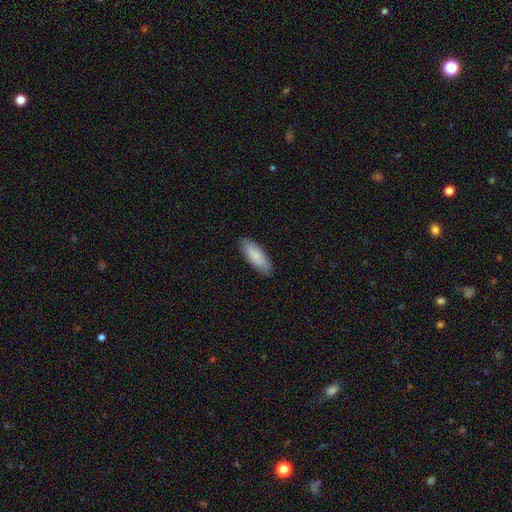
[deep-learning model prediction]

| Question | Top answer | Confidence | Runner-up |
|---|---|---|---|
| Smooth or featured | smooth | 84% | featured or disk (10%) |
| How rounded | in between | 69% | cigar-shaped (30%) |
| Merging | none | 86% | minor disturbance (11%) |